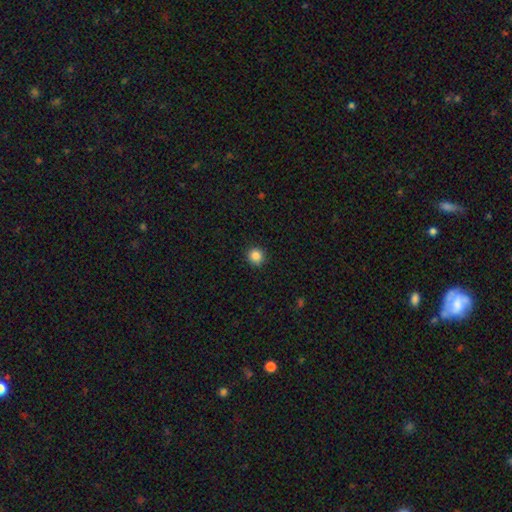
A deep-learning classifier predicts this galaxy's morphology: smooth_or_featured: smooth (p=0.86) [alt: star or artifact p=0.10]
how_rounded: round (p=0.93) [alt: in between p=0.06]
merging: none (p=0.92) [alt: minor disturbance p=0.06]